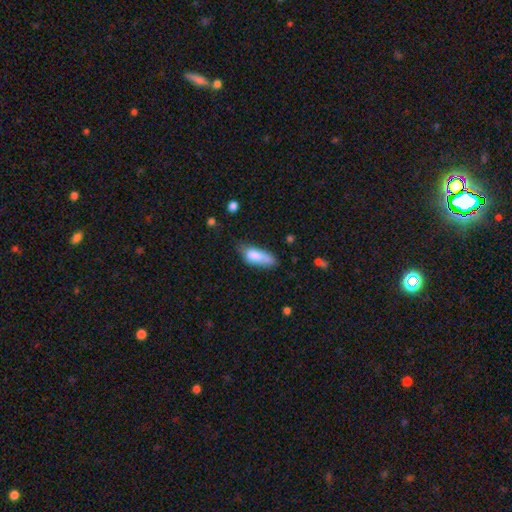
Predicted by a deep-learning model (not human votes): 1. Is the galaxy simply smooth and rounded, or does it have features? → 80% smooth, 13% featured or disk, 8% star or artifact.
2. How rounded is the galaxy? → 71% in between, 26% cigar-shaped, 3% round.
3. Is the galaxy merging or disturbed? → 38% none (tied), 38% minor disturbance (tied), 17% major disturbance, 6% merger.